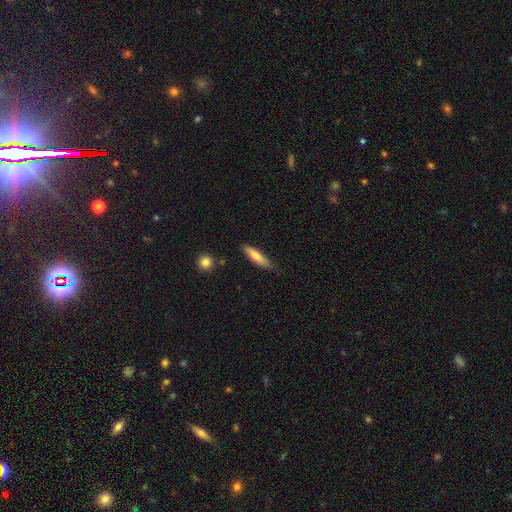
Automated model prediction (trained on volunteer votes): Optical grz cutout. It shows a smooth galaxy with no disk features (72%) that is cigar-shaped (72%). Merging: none (81%).